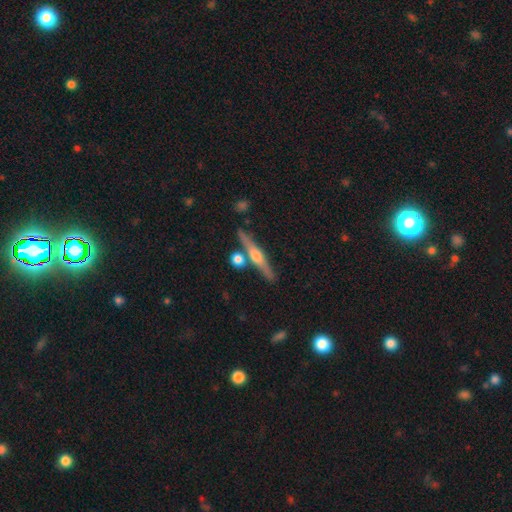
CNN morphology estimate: Smooth or featured?
  - featured or disk: 71% *
  - smooth: 23%
  - star or artifact: 6%
Edge-on disk?
  - yes: 97% *
  - no: 3%
Edge-on bulge?
  - rounded: 90% *
  - boxy: 6%
  - none: 5%
Merging?
  - none: 79% *
  - merger: 10%
  - minor disturbance: 9%
  - major disturbance: 2%